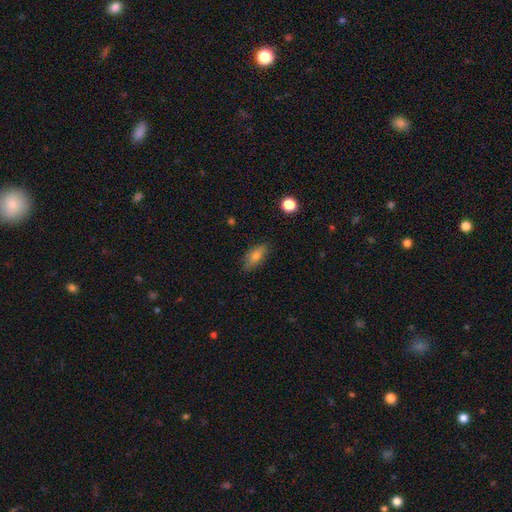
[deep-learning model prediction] Smooth or featured? smooth (74%)
How rounded? in between (77%)
Merging? none (83%)